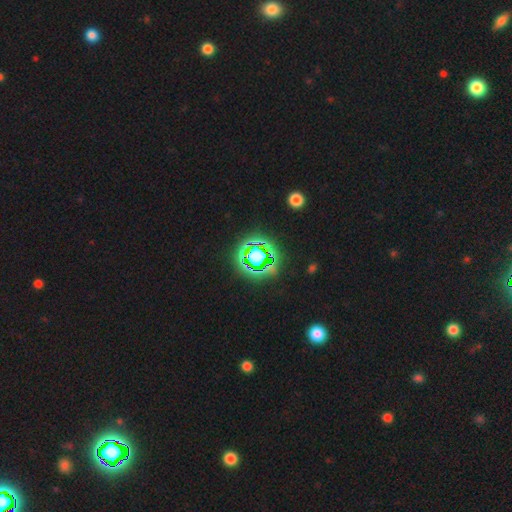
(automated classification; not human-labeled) smooth-or-featured: star or artifact: 68% | smooth: 19% | featured or disk: 14%